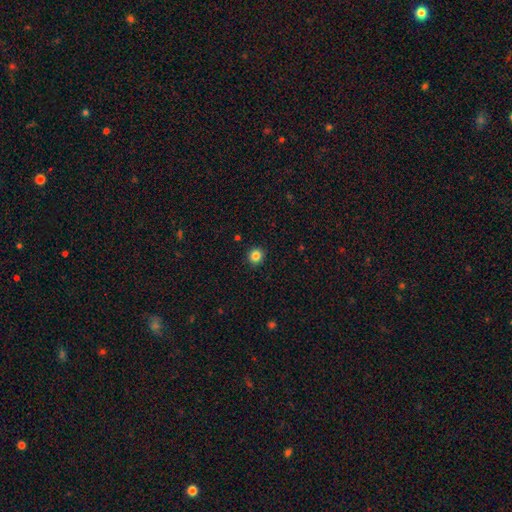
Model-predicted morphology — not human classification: smooth_or_featured: smooth (p=0.84) [alt: star or artifact p=0.11]
how_rounded: round (p=0.91) [alt: in between p=0.08]
merging: none (p=0.92) [alt: minor disturbance p=0.05]